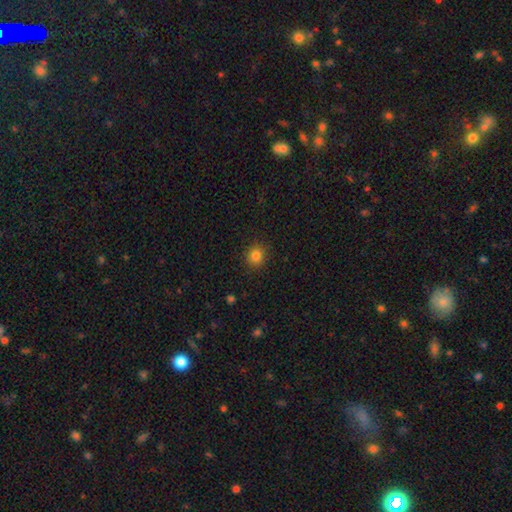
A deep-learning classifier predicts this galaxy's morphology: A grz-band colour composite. It shows a smooth galaxy with no disk features (84%) that is round (87%). Merging: none (90%).